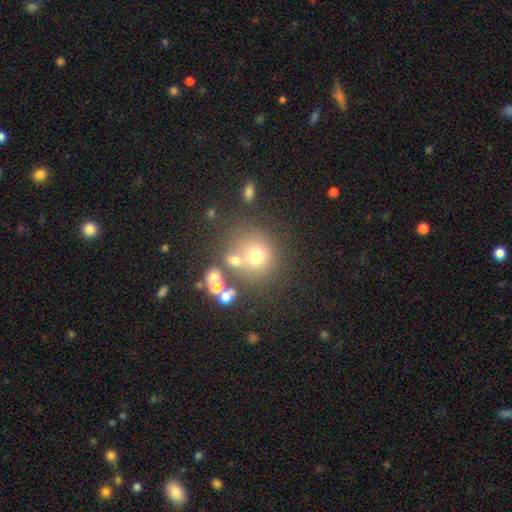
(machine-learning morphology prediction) type=smooth (66%); roundness=round (84%); merging=none (56%).